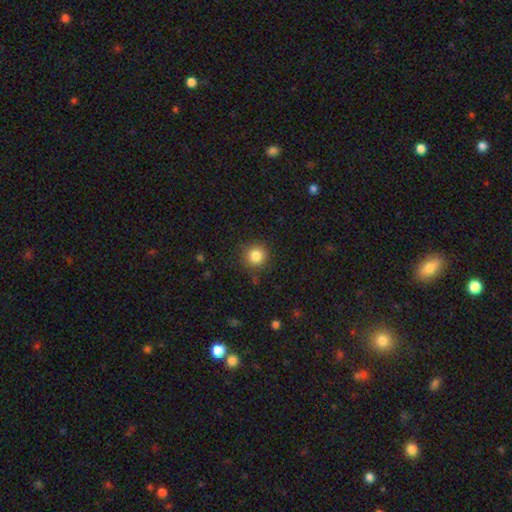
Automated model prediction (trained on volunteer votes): Smooth or featured? Predicted: smooth (p=0.84). How rounded? Predicted: round (p=0.94). Merging? Predicted: none (p=0.87).